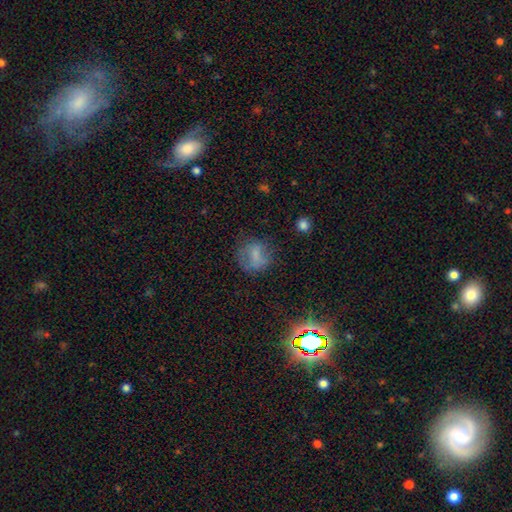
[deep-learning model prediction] Smooth or featured?
  - smooth: 62% *
  - featured or disk: 22%
  - star or artifact: 16%
How rounded?
  - round: 67% *
  - in between: 31%
  - cigar-shaped: 2%
Merging?
  - none: 62% *
  - minor disturbance: 21%
  - major disturbance: 14%
  - merger: 3%